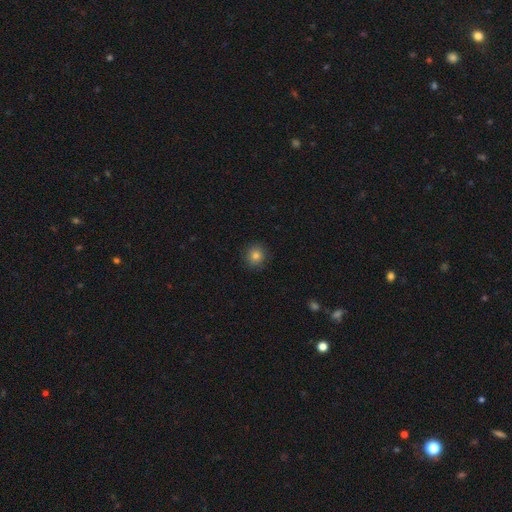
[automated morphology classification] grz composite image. It shows a smooth galaxy with no disk features (80%) that is round (91%). Merging: none (90%).